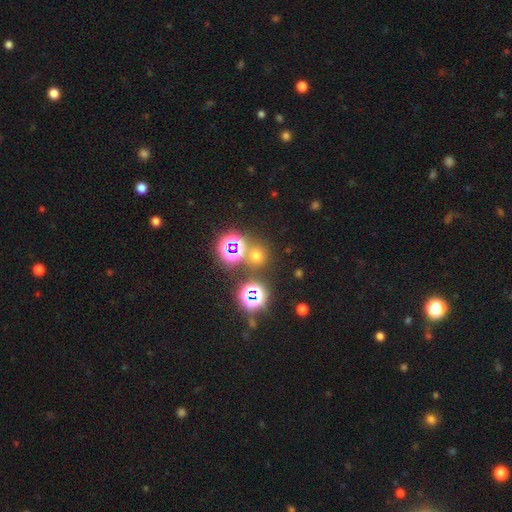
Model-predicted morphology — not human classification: Q: Smooth or featured?
A: smooth (52%); runner-up: star or artifact (41%)
Q: How rounded?
A: round (88%); runner-up: in between (11%)
Q: Merging?
A: none (74%); runner-up: merger (15%)